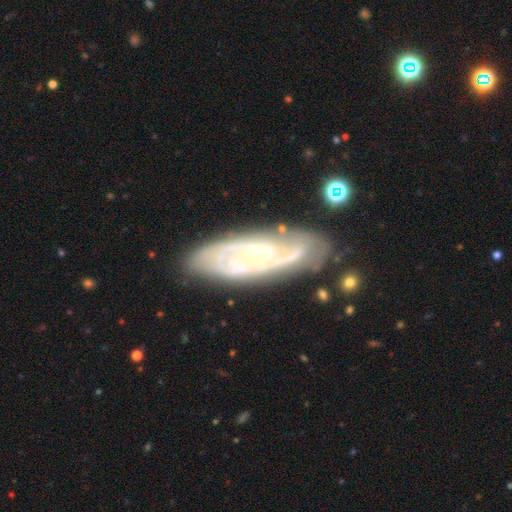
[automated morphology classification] This appears to be a featured or disk galaxy (84%) with no bar (67%), 2 (30%) tight (66%) spiral arms (96%) and a small central bulge (77%). Merging: none (77%).